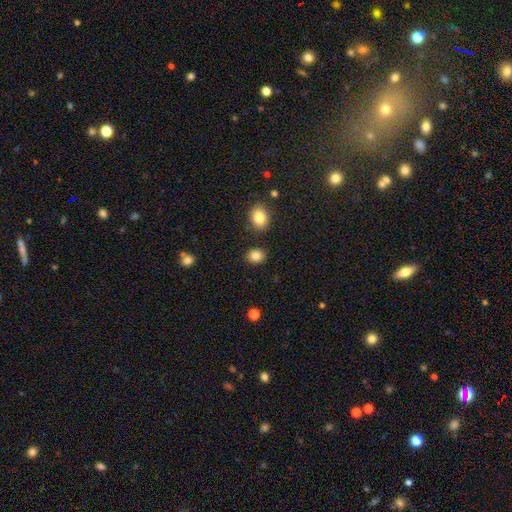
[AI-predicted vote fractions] Smooth or featured? Predicted: smooth (p=0.85). How rounded? Predicted: round (p=0.59). Merging? Predicted: none (p=0.85).